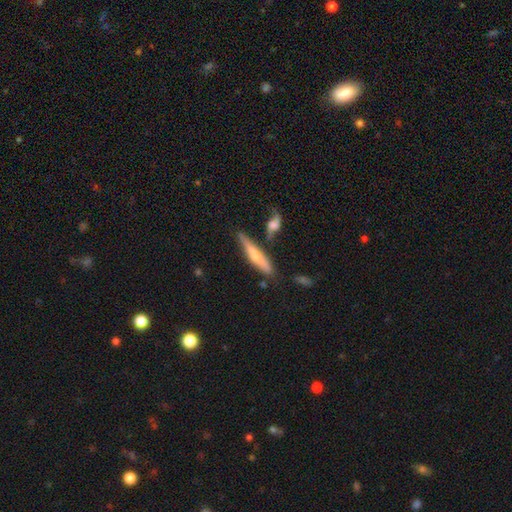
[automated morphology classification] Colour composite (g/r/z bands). It shows a featured or disk galaxy (57%) viewed edge-on (93%) with a rounded central bulge (81%). Merging: none (73%).